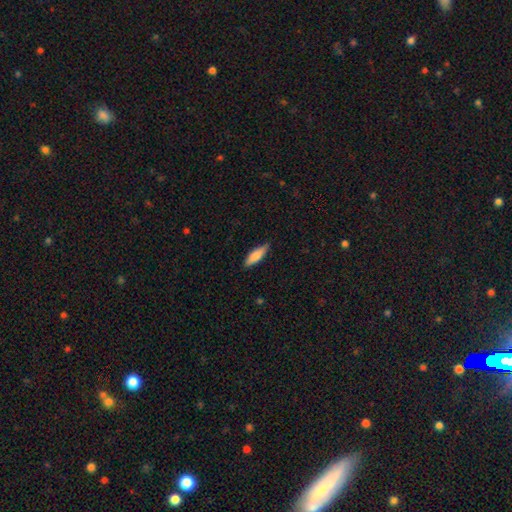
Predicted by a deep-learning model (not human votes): Overall: smooth (78%). How rounded: cigar-shaped (51%; in between 48%). Merging: none (85%).